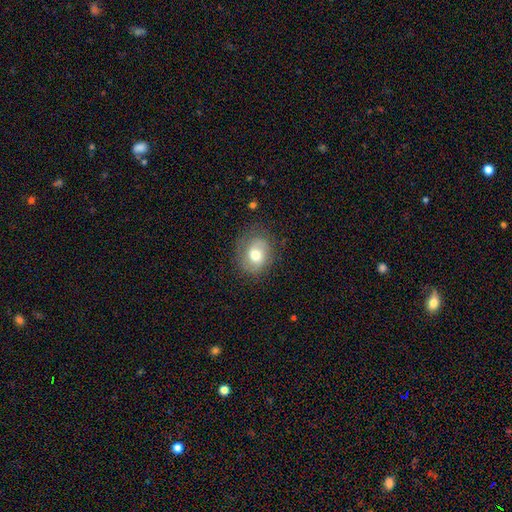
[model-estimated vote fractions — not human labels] smooth 58%, featured or disk 33%, star or artifact 9%. Down the decision tree: how rounded — round (61%); merging — none (71%).